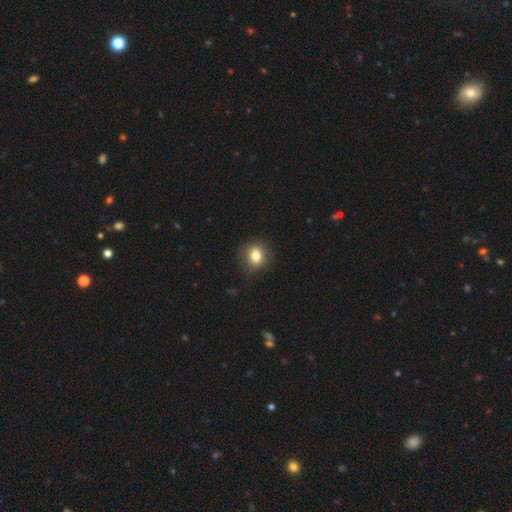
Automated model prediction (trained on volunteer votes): Overall: smooth (81%). How rounded: round (63%; in between 36%). Merging: none (85%).